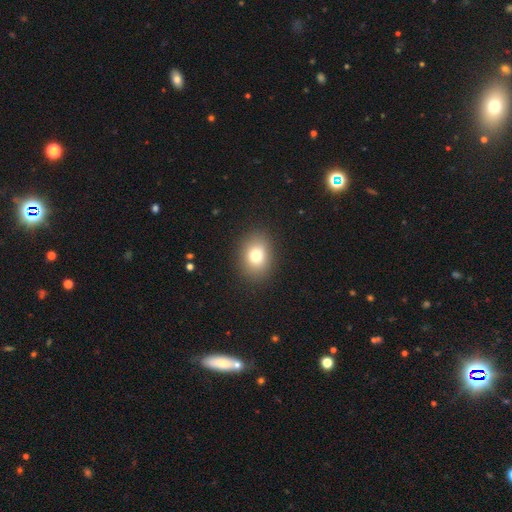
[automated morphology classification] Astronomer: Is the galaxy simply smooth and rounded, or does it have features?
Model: smooth — 76%.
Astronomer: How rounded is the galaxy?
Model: in between — 60% (runner-up: round, 39%).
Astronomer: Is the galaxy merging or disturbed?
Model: none — 88%.